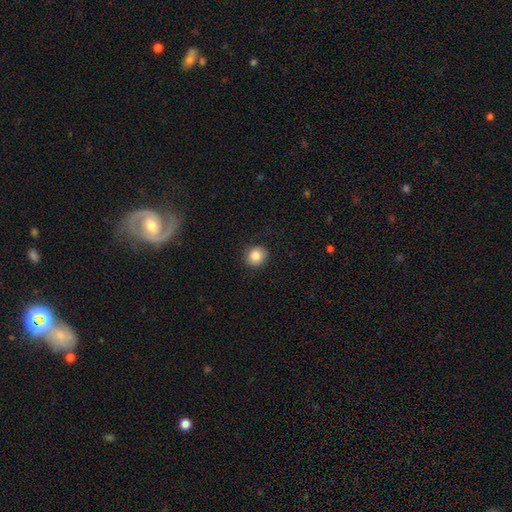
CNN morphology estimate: The model was most divided on "how rounded": round: 81%, in between: 18%, cigar-shaped: 1%. More confident: merging — none (87%); smooth or featured — smooth (85%).